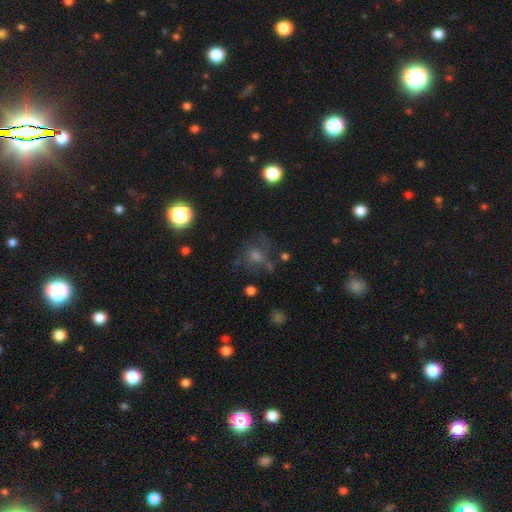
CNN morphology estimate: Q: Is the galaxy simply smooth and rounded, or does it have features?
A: smooth — 40%.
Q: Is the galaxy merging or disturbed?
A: none — 59%.